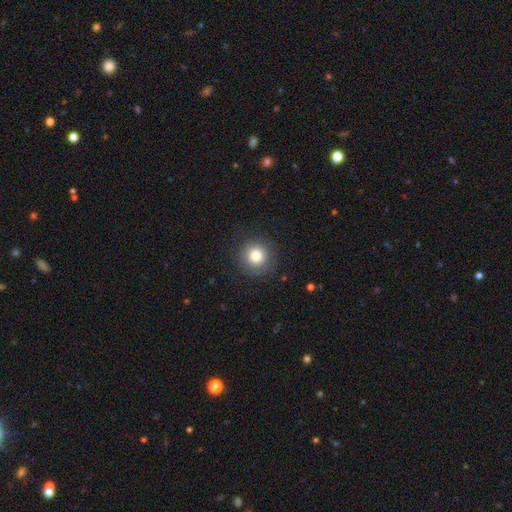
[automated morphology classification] smooth_or_featured: smooth (p=0.81) [alt: star or artifact p=0.10]
how_rounded: round (p=0.95) [alt: in between p=0.04]
merging: none (p=0.86) [alt: minor disturbance p=0.09]